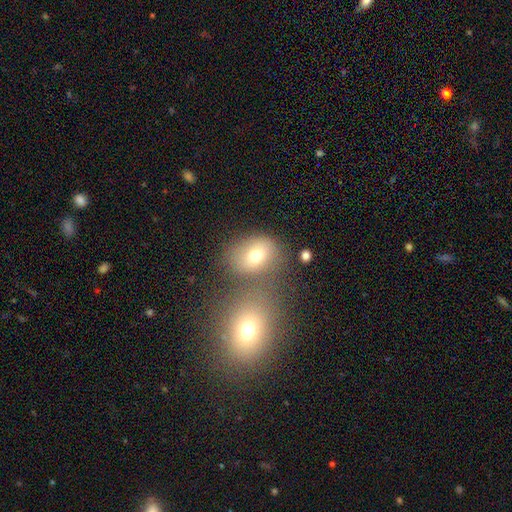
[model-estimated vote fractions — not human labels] smooth 72%, featured or disk 15%, star or artifact 13%. Down the decision tree: how rounded — in between (55%); merging — none (54%).